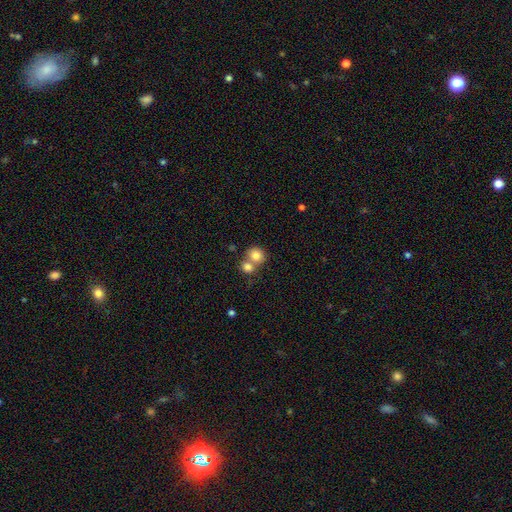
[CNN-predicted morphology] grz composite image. It shows a smooth galaxy with no disk features (79%) that is round (81%). Merging: merger (52%).